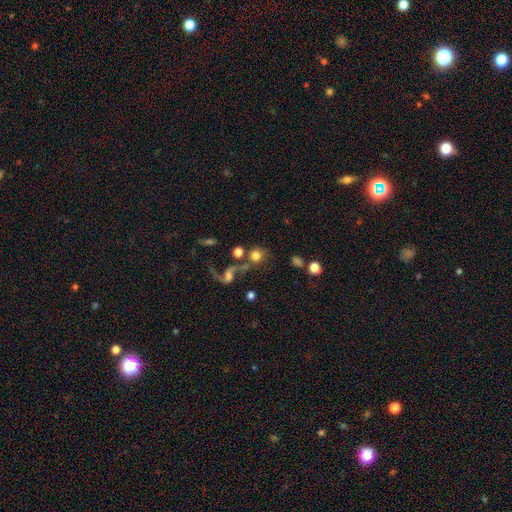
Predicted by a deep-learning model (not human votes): Smooth or featured? Predicted: smooth (p=0.72). How rounded? Predicted: round (p=0.91). Merging? Predicted: none (p=0.58).